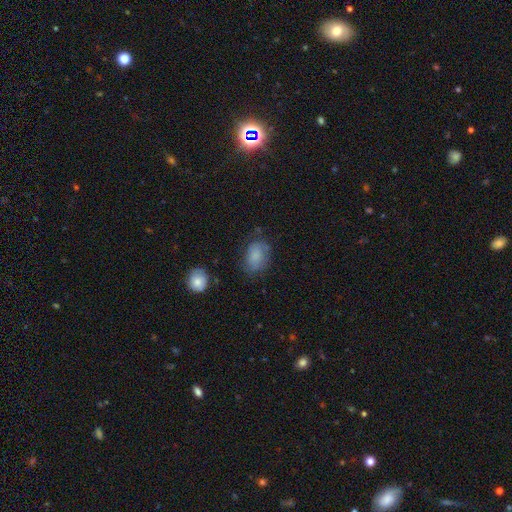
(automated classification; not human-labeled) This appears to be a smooth galaxy with no disk features (78%) that is in between round and cigar-shaped (79%). Merging: none (64%).